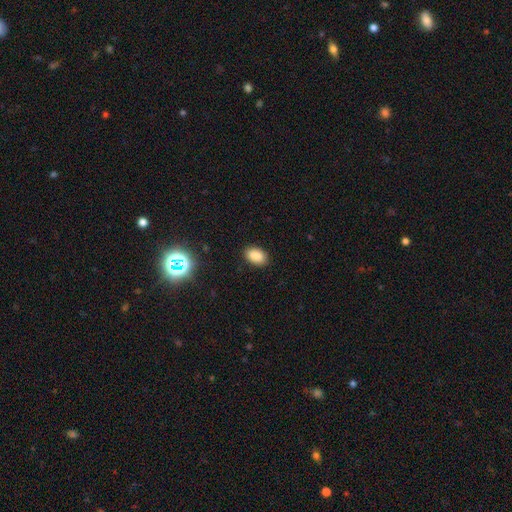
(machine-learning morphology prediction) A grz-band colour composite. It shows a smooth galaxy with no disk features (85%) that is in between round and cigar-shaped (89%). Merging: none (88%).